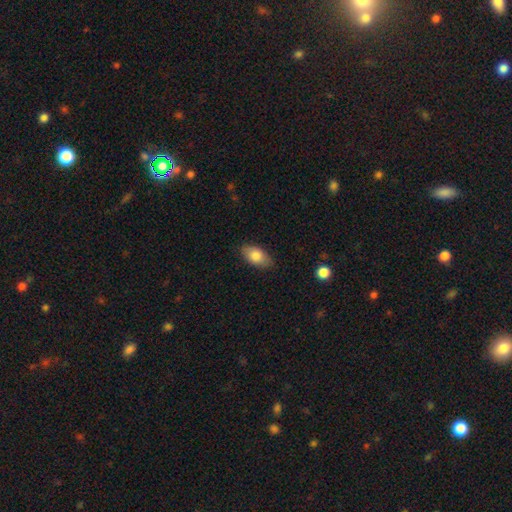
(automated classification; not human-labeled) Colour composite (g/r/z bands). It shows a smooth galaxy with no disk features (81%) that is in between round and cigar-shaped (91%). Merging: none (84%).